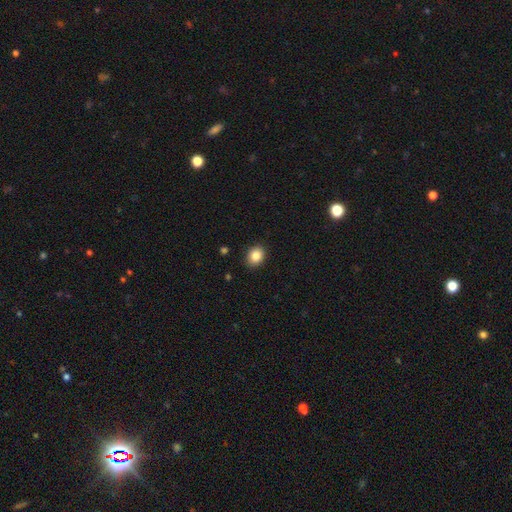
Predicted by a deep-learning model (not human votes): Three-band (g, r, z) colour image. It shows a smooth galaxy with no disk features (85%) that is round (55%). Merging: none (89%).